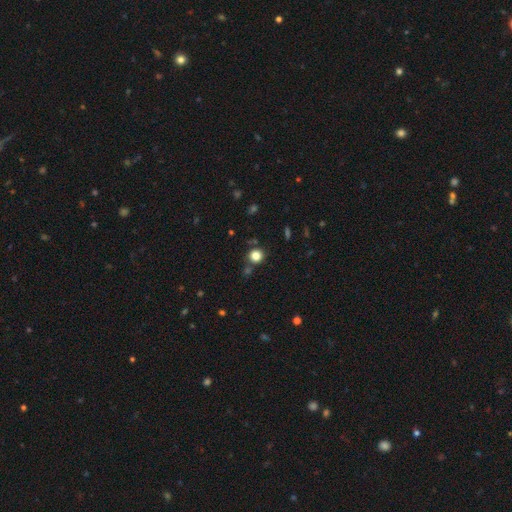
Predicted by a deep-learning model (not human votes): The model was most divided on "smooth or featured": smooth: 82%, star or artifact: 13%, featured or disk: 5%. More confident: how rounded — round (90%); merging — none (79%).